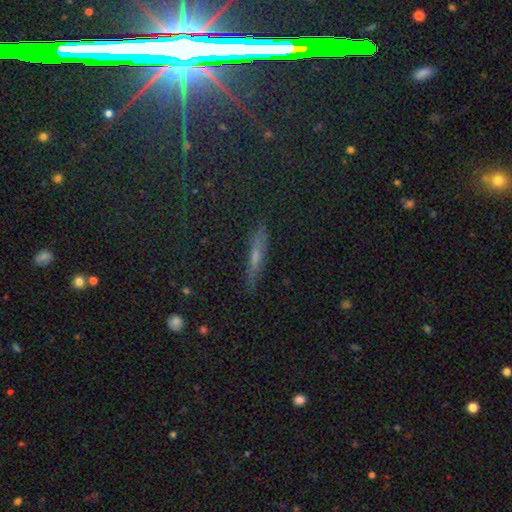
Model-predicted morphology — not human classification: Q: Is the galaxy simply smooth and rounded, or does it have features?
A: featured or disk — 40%.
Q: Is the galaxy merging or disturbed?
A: none — 86%.